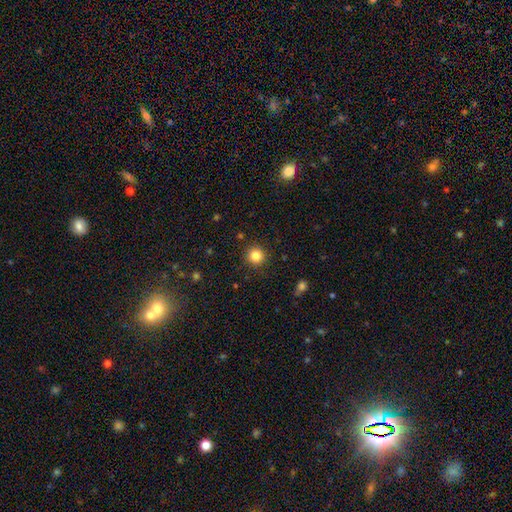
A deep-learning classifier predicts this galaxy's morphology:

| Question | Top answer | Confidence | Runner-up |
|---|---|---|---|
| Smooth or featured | smooth | 84% | star or artifact (11%) |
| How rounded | round | 94% | in between (6%) |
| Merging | none | 90% | minor disturbance (7%) |